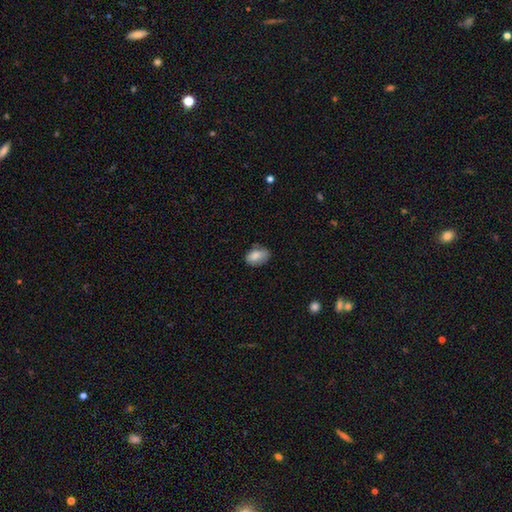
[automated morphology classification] Smooth or featured?
  - smooth: 82% *
  - featured or disk: 10%
  - star or artifact: 8%
How rounded?
  - in between: 84% *
  - round: 15%
  - cigar-shaped: 1%
Merging?
  - none: 64% *
  - minor disturbance: 28%
  - major disturbance: 6%
  - merger: 2%